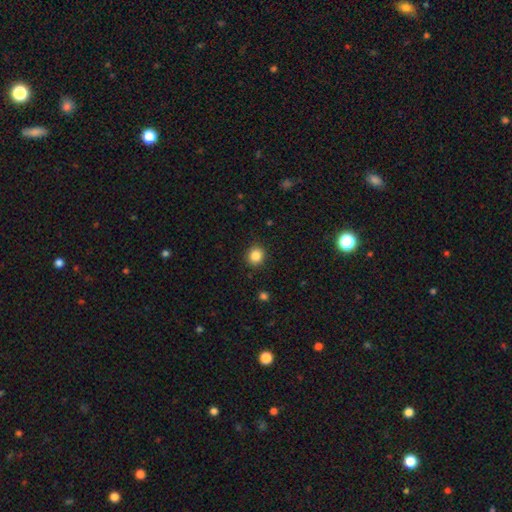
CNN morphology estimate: smooth-or-featured: smooth: 85% | star or artifact: 11% | featured or disk: 4%
  how-rounded: round: 84% | in between: 15% | cigar-shaped: 1%
  merging: none: 90% | minor disturbance: 7% | major disturbance: 2% | merger: 1%